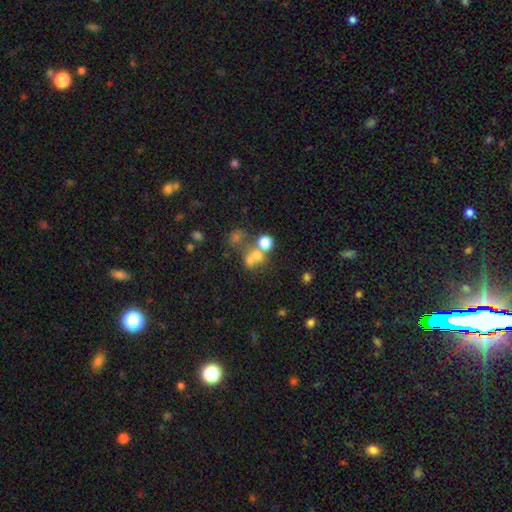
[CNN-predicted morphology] Smooth or featured? Predicted: smooth (p=0.61). How rounded? Predicted: round (p=0.75). Merging? Predicted: merger (p=0.47).